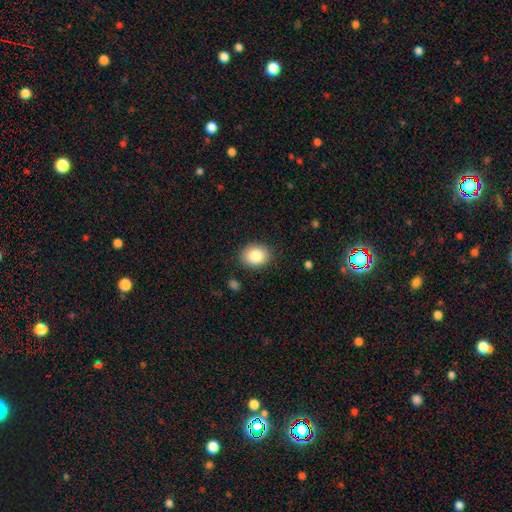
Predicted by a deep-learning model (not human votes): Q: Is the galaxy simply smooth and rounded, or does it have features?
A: smooth — 85%.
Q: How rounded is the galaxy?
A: in between — 52%.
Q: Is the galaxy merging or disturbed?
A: none — 86%.